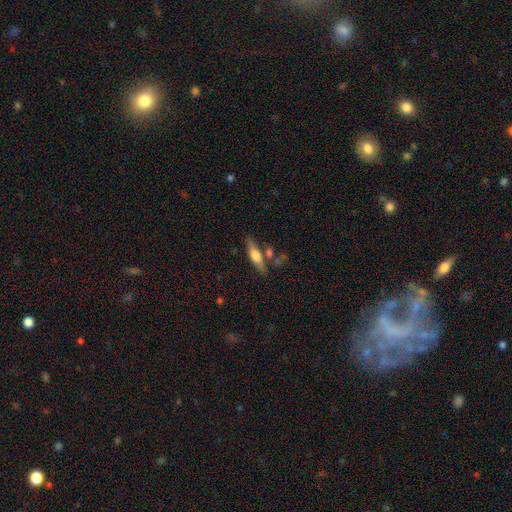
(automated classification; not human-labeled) Smooth or featured: smooth — 50% (featured or disk — 43%)
Merging: none — 68% (minor disturbance — 14%)